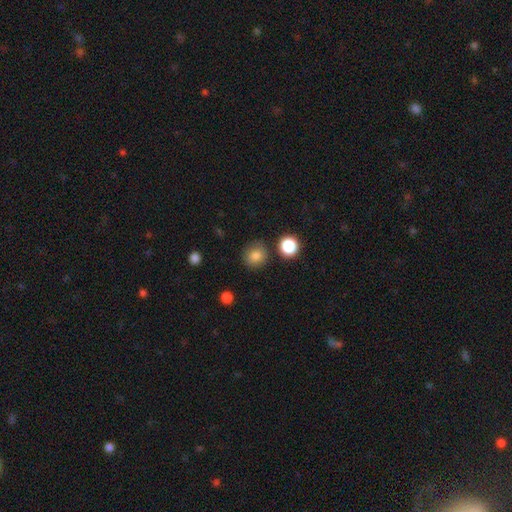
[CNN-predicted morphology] smooth 82%, star or artifact 12%, featured or disk 6%. Down the decision tree: how rounded — round (86%); merging — none (83%).